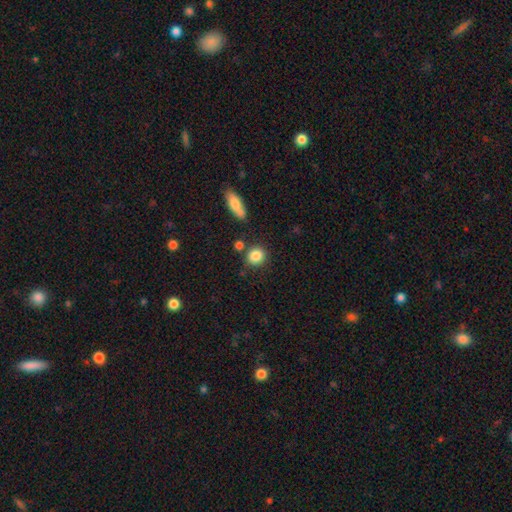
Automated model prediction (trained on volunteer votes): smooth-or-featured: smooth: 85% | star or artifact: 9% | featured or disk: 6%
  how-rounded: round: 77% | in between: 22% | cigar-shaped: 2%
  merging: none: 77% | minor disturbance: 11% | merger: 8% | major disturbance: 3%